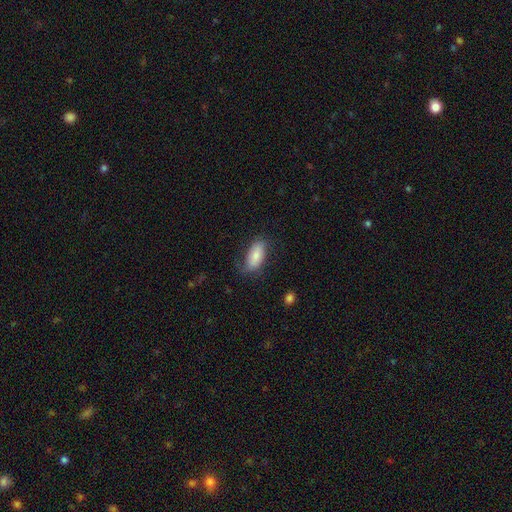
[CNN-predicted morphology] Smooth or featured? Predicted: smooth (p=0.79). How rounded? Predicted: in between (p=0.90). Merging? Predicted: none (p=0.67).